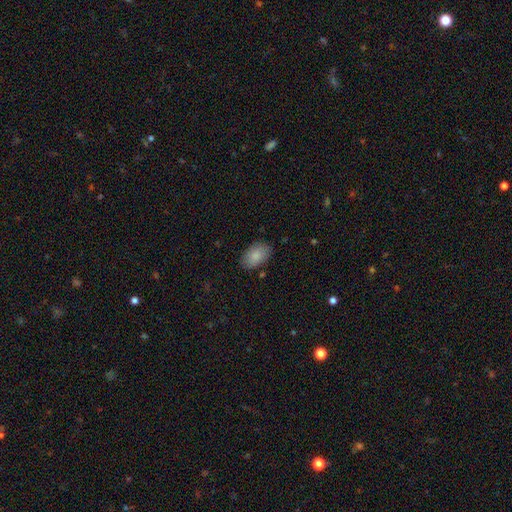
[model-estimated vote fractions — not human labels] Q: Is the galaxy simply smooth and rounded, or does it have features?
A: smooth — 87%.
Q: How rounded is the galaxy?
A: in between — 92%.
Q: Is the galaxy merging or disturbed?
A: none — 83%.